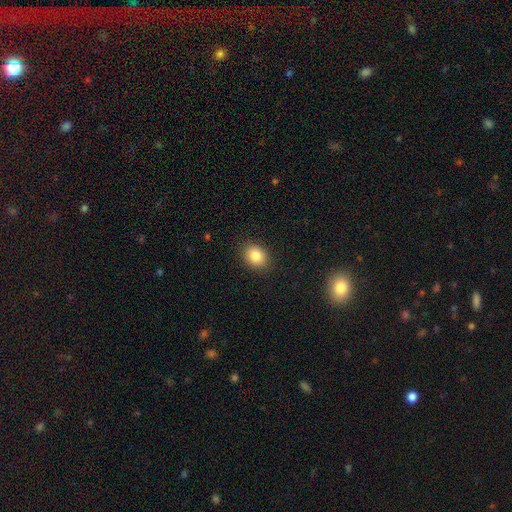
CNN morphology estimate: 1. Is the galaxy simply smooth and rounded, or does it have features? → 86% smooth, 9% star or artifact, 5% featured or disk.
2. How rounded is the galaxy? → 51% in between, 48% round, 1% cigar-shaped.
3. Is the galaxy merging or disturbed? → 88% none, 8% minor disturbance, 2% major disturbance, 1% merger.